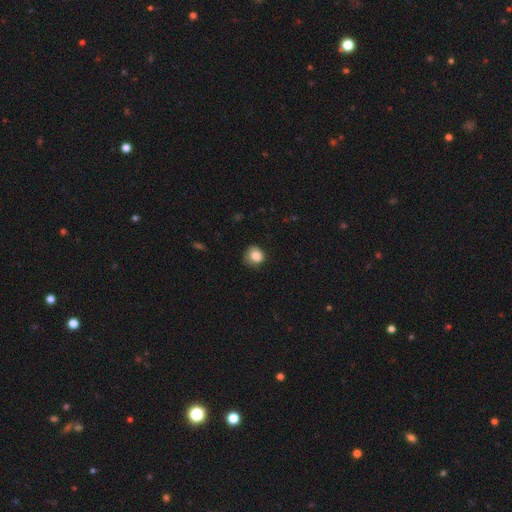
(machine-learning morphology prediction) smooth-or-featured: smooth: 82% | star or artifact: 9% | featured or disk: 8%
  how-rounded: round: 79% | in between: 20% | cigar-shaped: 1%
  merging: none: 65% | minor disturbance: 26% | major disturbance: 8% | merger: 1%